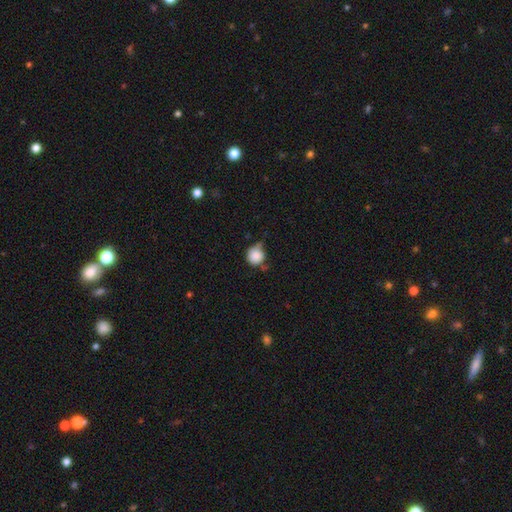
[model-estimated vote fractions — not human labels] Q: Smooth or featured?
A: smooth (85%); runner-up: star or artifact (9%)
Q: How rounded?
A: round (89%); runner-up: in between (10%)
Q: Merging?
A: none (49%); runner-up: minor disturbance (34%)